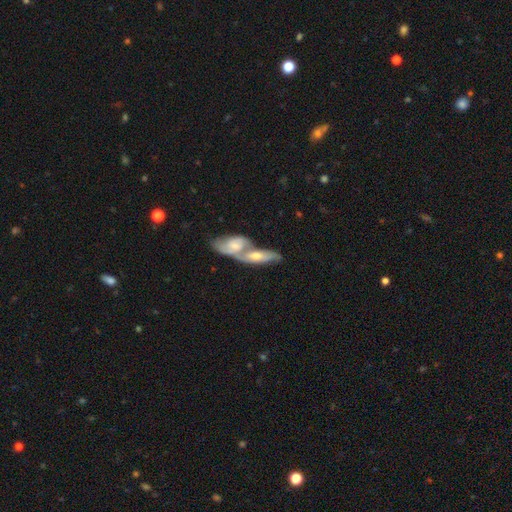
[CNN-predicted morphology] Overall: featured or disk (57%; smooth 36%). Edge-on disk: no (60%; yes 40%). Merging: merger (66%).